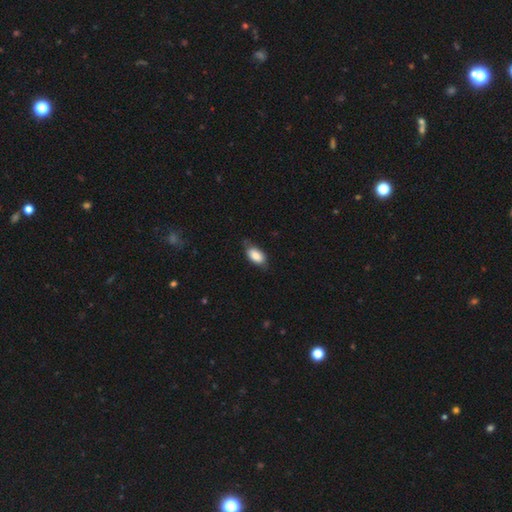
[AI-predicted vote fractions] A smooth galaxy with no disk features (84%) that is in between round and cigar-shaped (91%). Merging: none (68%).